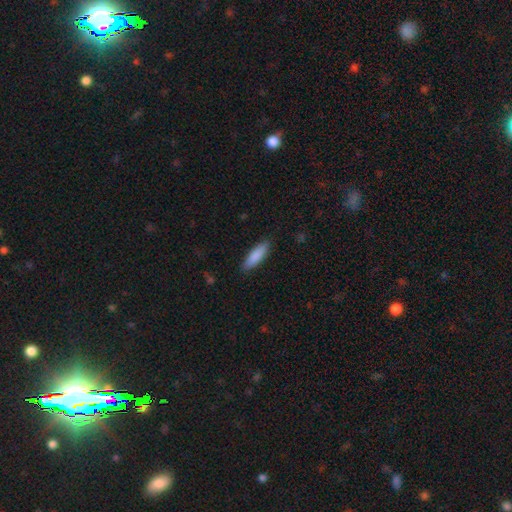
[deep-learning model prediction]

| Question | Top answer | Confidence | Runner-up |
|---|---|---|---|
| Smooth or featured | smooth | 87% | featured or disk (8%) |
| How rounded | cigar-shaped | 57% | in between (42%) |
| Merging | none | 88% | minor disturbance (10%) |